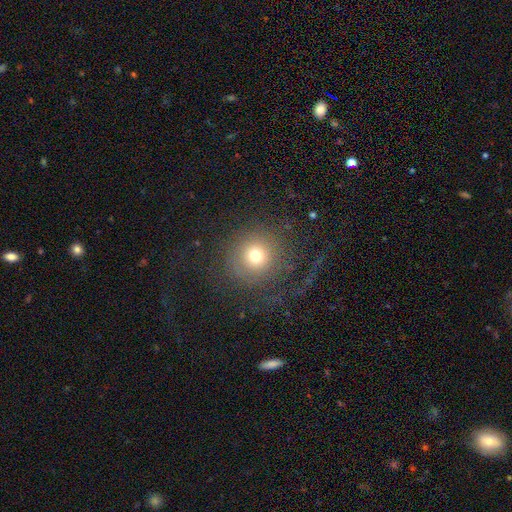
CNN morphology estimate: type=smooth (65%); roundness=round (92%); merging=none (68%).